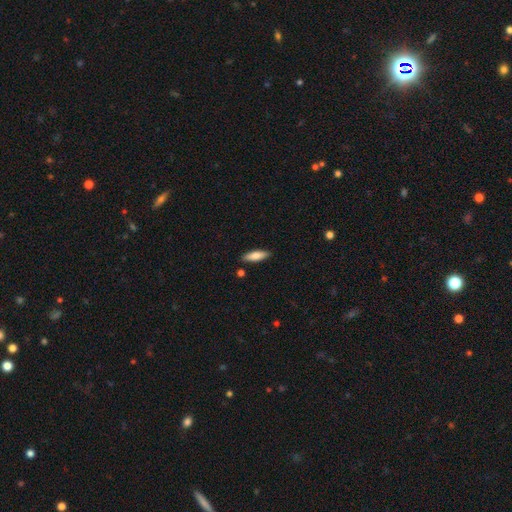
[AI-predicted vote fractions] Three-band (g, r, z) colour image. It shows a smooth galaxy with no disk features (77%) that is cigar-shaped (52%). Merging: none (86%).